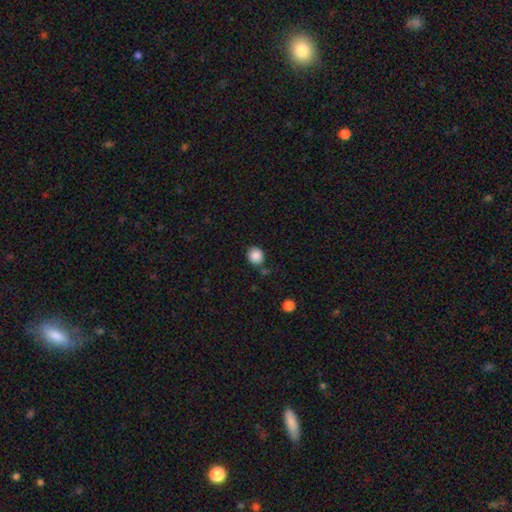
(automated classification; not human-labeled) smooth 87%, star or artifact 9%, featured or disk 3%. Down the decision tree: how rounded — round (85%); merging — none (78%).